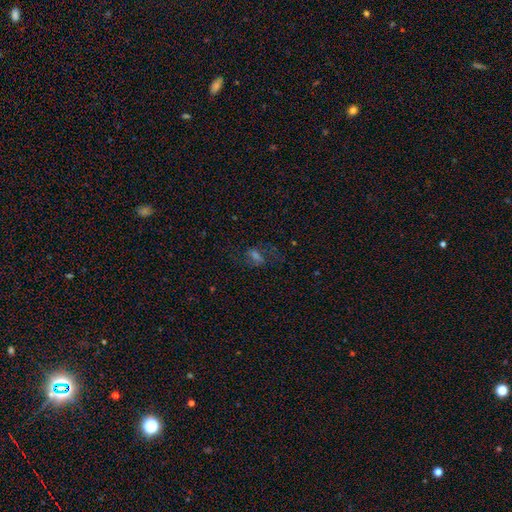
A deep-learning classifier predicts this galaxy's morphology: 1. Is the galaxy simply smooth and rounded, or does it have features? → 42% featured or disk, 30% smooth, 28% star or artifact.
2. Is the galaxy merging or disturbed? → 63% none, 19% major disturbance, 16% minor disturbance, 3% merger.